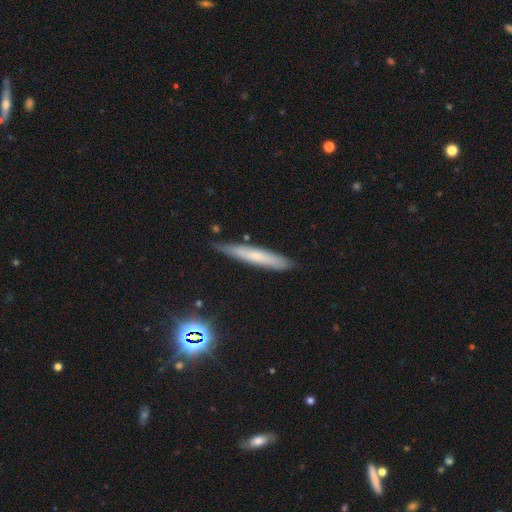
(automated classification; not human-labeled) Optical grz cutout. It shows a smooth galaxy with no disk features (57%) that is cigar-shaped (93%). Merging: none (81%).